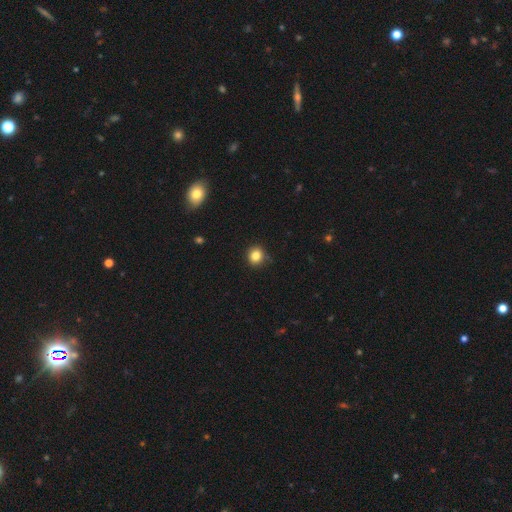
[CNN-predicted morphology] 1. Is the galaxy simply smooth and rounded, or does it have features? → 83% smooth, 12% star or artifact, 5% featured or disk.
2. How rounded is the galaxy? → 86% round, 13% in between, 1% cigar-shaped.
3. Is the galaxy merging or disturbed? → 87% none, 10% minor disturbance, 2% major disturbance, 1% merger.